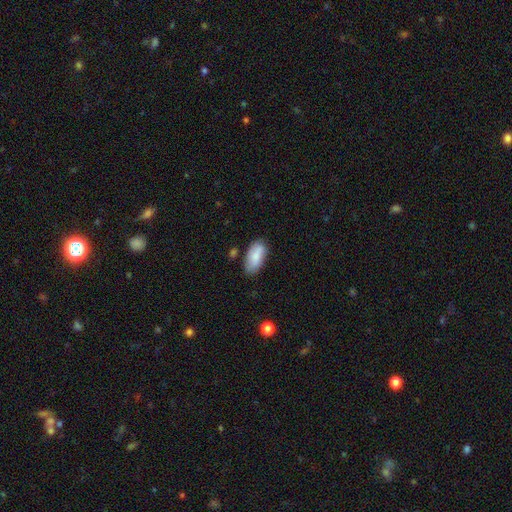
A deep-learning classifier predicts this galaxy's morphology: Smooth or featured? smooth (83%)
How rounded? in between (91%)
Merging? none (70%)